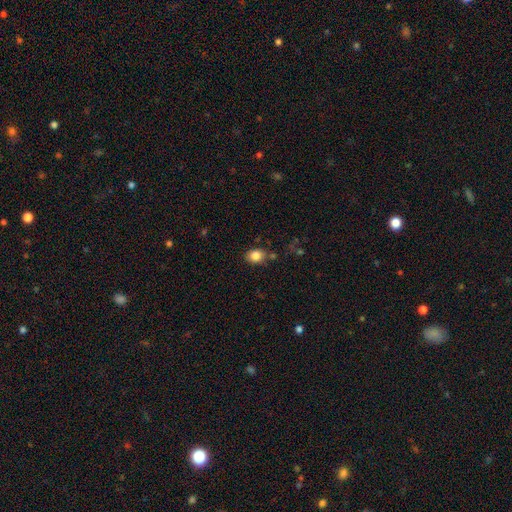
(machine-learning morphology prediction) This appears to be a smooth galaxy with no disk features (85%) that is in between round and cigar-shaped (53%). Merging: none (78%).